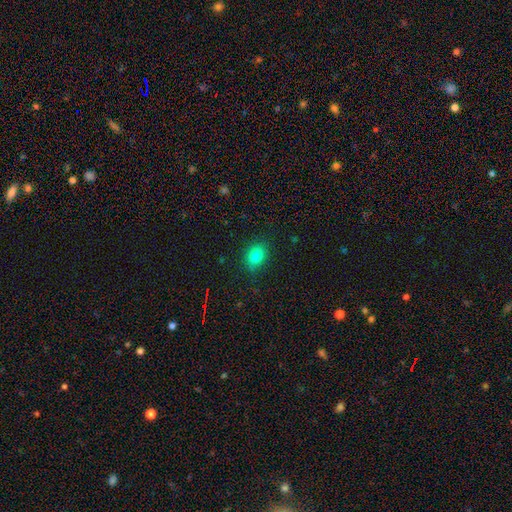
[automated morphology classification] smooth 82%, star or artifact 11%, featured or disk 7%. Down the decision tree: how rounded — in between (60%); merging — none (85%).